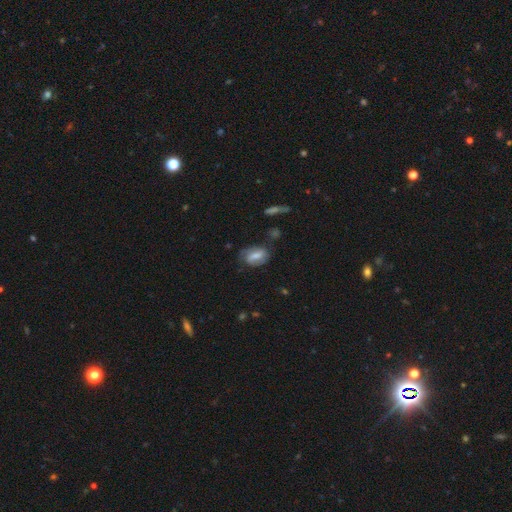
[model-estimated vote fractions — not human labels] A featured or disk galaxy (47%). Merging: none (61%).